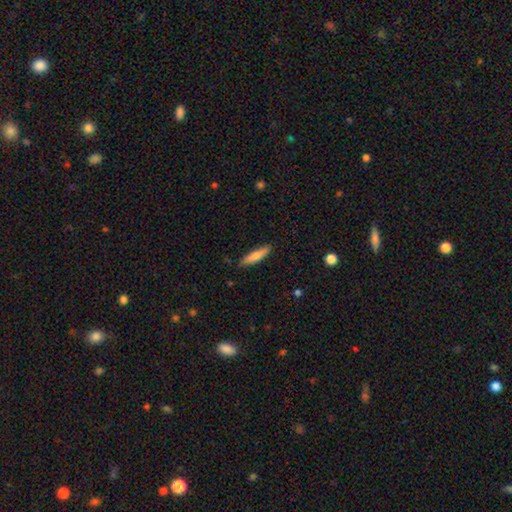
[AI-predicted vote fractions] Smooth or featured: smooth — 76% (featured or disk — 18%)
How rounded: cigar-shaped — 79% (in between — 19%)
Merging: none — 84% (minor disturbance — 12%)